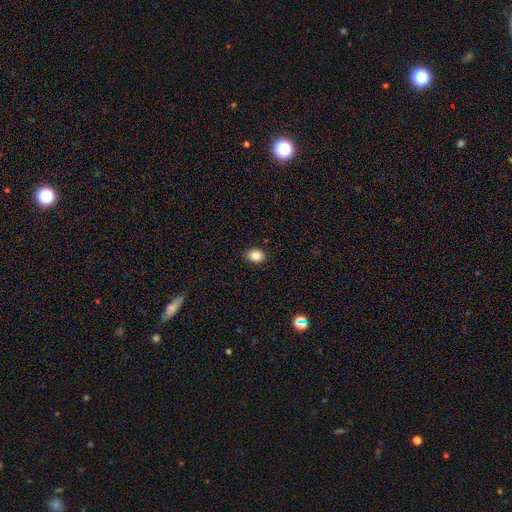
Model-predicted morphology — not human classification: Smooth or featured? Predicted: smooth (p=0.84). How rounded? Predicted: in between (p=0.55). Merging? Predicted: none (p=0.89).